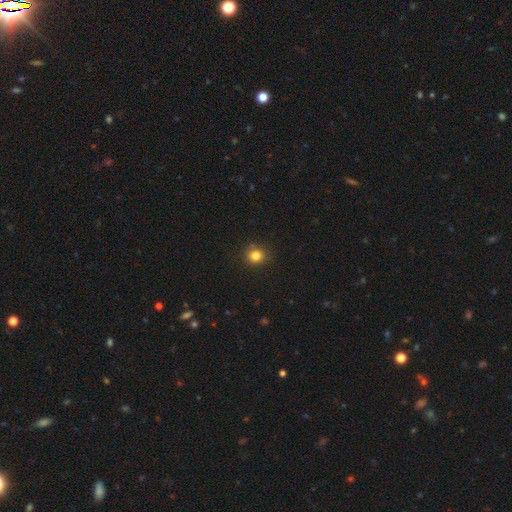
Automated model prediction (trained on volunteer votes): Smooth or featured? Predicted: smooth (p=0.82). How rounded? Predicted: round (p=0.89). Merging? Predicted: none (p=0.86).